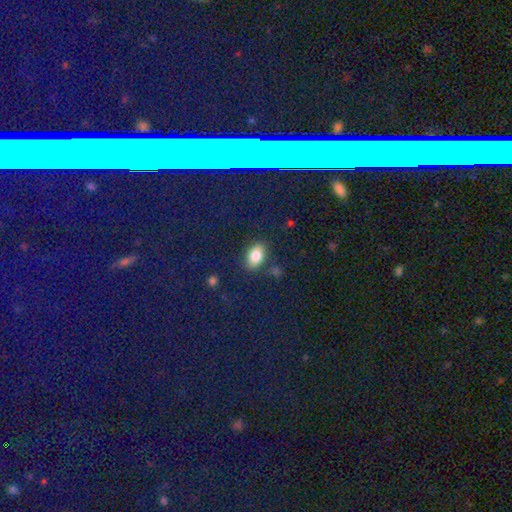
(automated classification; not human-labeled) Smooth or featured: smooth — 82% (star or artifact — 9%)
How rounded: in between — 88% (round — 9%)
Merging: none — 83% (minor disturbance — 11%)